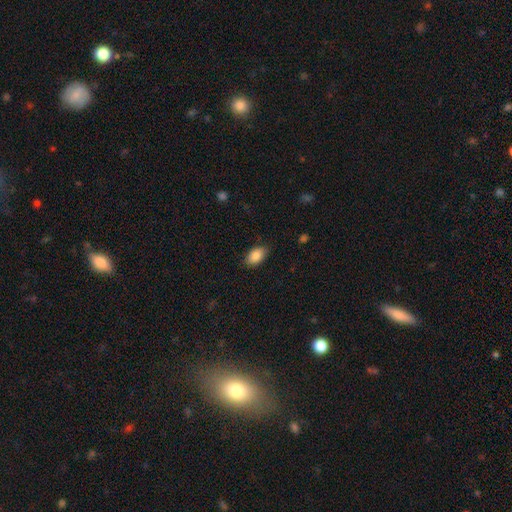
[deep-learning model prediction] Morphology: type=smooth (88%); roundness=in between (91%); merging=none (85%).